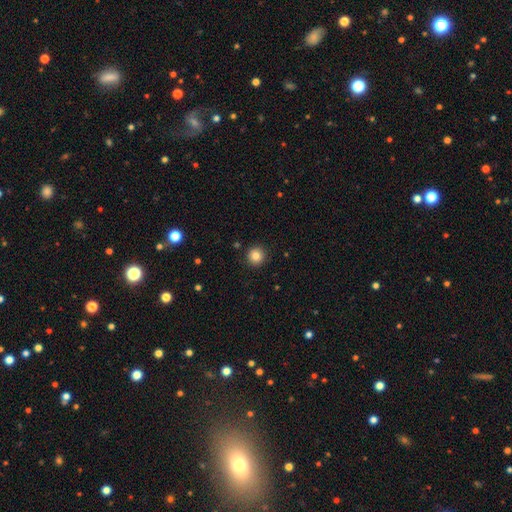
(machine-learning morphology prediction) Smooth or featured? smooth (84%)
How rounded? round (95%)
Merging? none (92%)